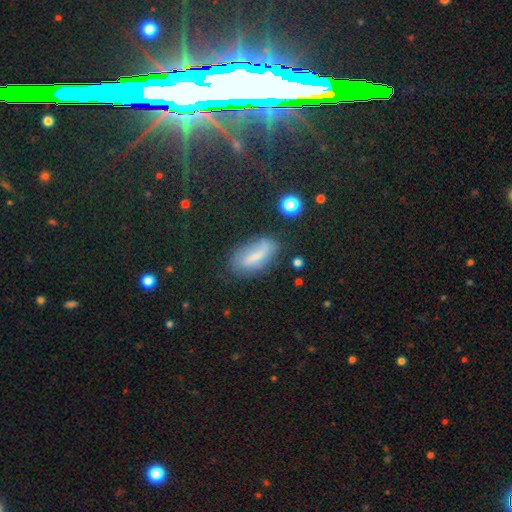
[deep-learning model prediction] This is possibly a smooth galaxy (57%). How rounded: likely in between (77%). Merging: likely none (67%).